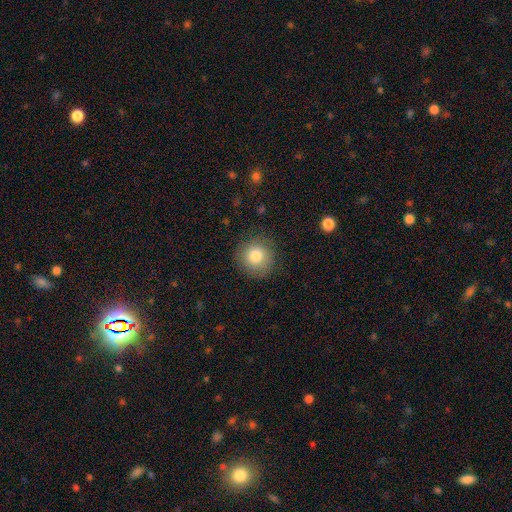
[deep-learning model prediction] A smooth galaxy with no disk features (82%) that is round (93%). Merging: none (85%).